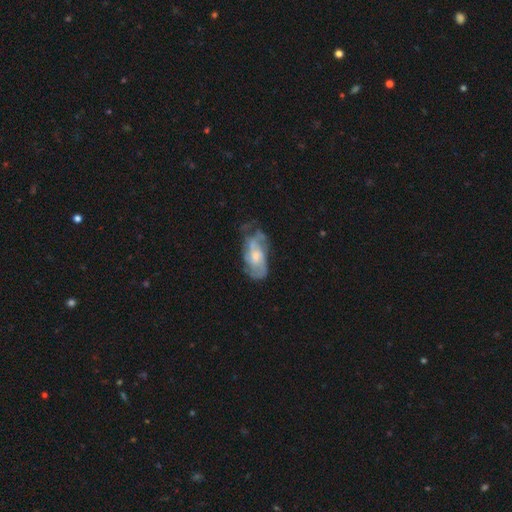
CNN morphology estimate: Q: Smooth or featured?
A: featured or disk (67%); runner-up: smooth (26%)
Q: Edge-on disk?
A: no (94%); runner-up: yes (6%)
Q: Bar?
A: no (69%); runner-up: weak (27%)
Q: Spiral arms?
A: yes (76%); runner-up: no (24%)
Q: Bulge size?
A: moderate (53%); runner-up: small (30%)
Q: Merging?
A: none (43%); runner-up: minor disturbance (29%)